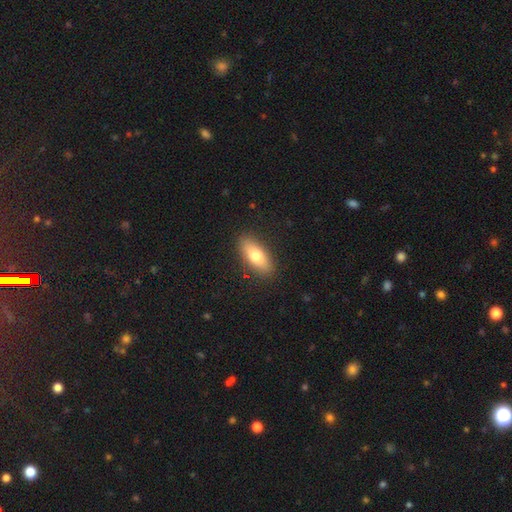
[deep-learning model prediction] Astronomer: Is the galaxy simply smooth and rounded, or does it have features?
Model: smooth — 72%.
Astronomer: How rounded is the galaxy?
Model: in between — 74%.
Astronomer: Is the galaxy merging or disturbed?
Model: none — 88%.